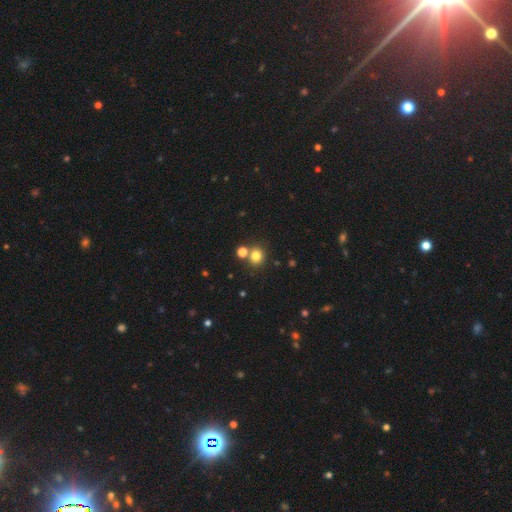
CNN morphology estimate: smooth-or-featured: smooth: 79% | star or artifact: 15% | featured or disk: 7%
  how-rounded: round: 82% | in between: 17% | cigar-shaped: 1%
  merging: none: 69% | merger: 20% | minor disturbance: 8% | major disturbance: 3%